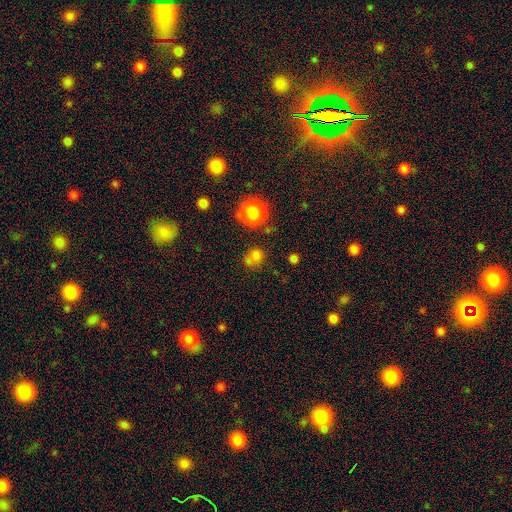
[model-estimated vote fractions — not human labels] smooth_or_featured: smooth (p=0.69) [alt: star or artifact p=0.22]
how_rounded: round (p=0.76) [alt: in between p=0.23]
merging: none (p=0.57) [alt: merger p=0.19]